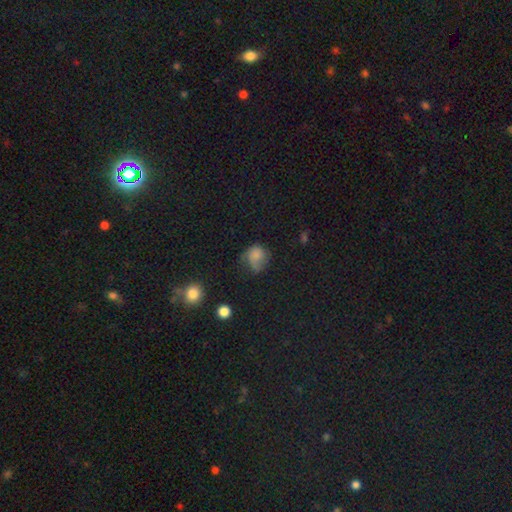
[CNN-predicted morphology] The model was most divided on "merging": none: 36%, minor disturbance: 32%, major disturbance: 29%, merger: 3%. More confident: how rounded — round (65%); smooth or featured — smooth (61%).